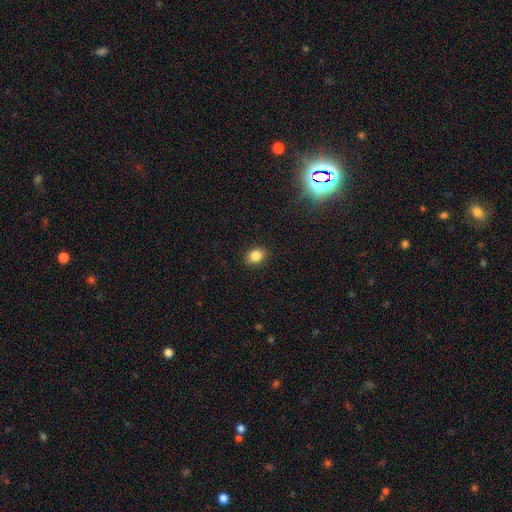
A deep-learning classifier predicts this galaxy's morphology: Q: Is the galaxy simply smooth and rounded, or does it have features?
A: smooth — 85%.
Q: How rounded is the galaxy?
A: in between — 62%.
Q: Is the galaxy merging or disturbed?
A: none — 89%.